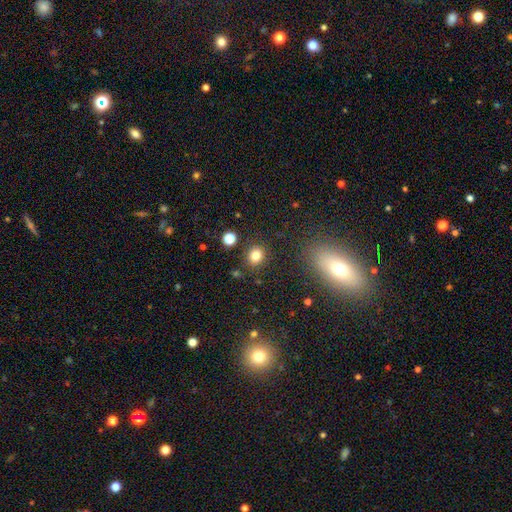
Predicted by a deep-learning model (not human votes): Q: Smooth or featured?
A: smooth (81%); runner-up: star or artifact (13%)
Q: How rounded?
A: round (69%); runner-up: in between (30%)
Q: Merging?
A: none (86%); runner-up: minor disturbance (8%)